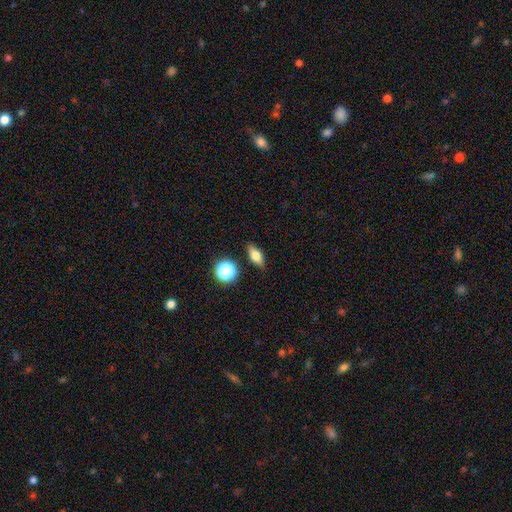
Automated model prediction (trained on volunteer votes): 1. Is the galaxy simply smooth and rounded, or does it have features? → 67% smooth, 23% featured or disk, 11% star or artifact.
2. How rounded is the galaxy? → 66% in between, 18% cigar-shaped, 16% round.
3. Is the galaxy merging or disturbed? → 85% none, 10% minor disturbance, 3% major disturbance, 2% merger.